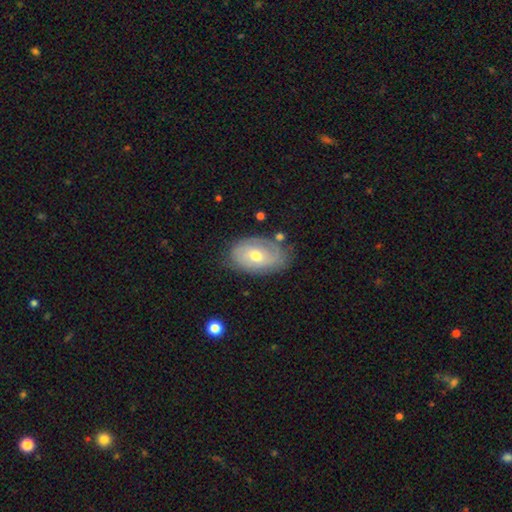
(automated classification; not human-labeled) A featured or disk galaxy (49%).

Vote fractions:
- Smooth or featured? featured or disk: 49% / smooth: 42% / star or artifact: 10%
- Merging? none: 72% / minor disturbance: 20% / major disturbance: 5% / merger: 3%